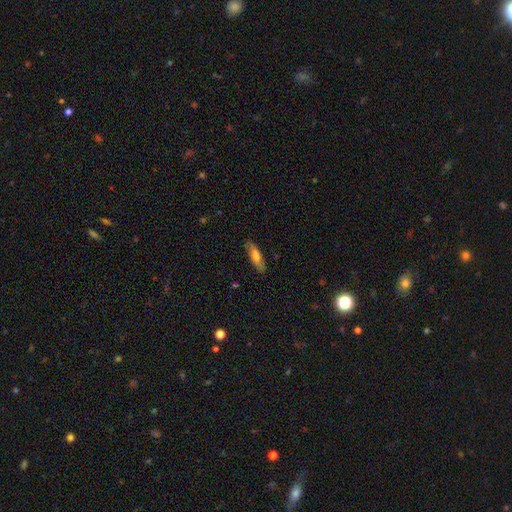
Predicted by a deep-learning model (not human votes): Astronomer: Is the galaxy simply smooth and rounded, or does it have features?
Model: smooth — 64%.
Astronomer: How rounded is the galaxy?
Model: cigar-shaped — 53% (runner-up: in between, 45%).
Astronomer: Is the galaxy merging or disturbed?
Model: none — 83%.